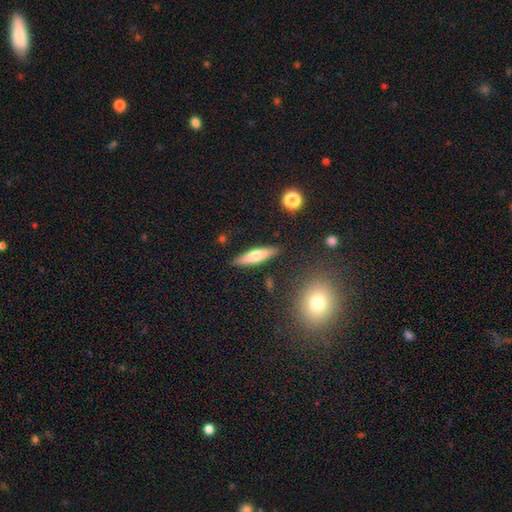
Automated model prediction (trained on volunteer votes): smooth_or_featured: smooth (p=0.57) [alt: featured or disk p=0.37]
how_rounded: cigar-shaped (p=0.71) [alt: in between p=0.27]
merging: none (p=0.87) [alt: minor disturbance p=0.09]